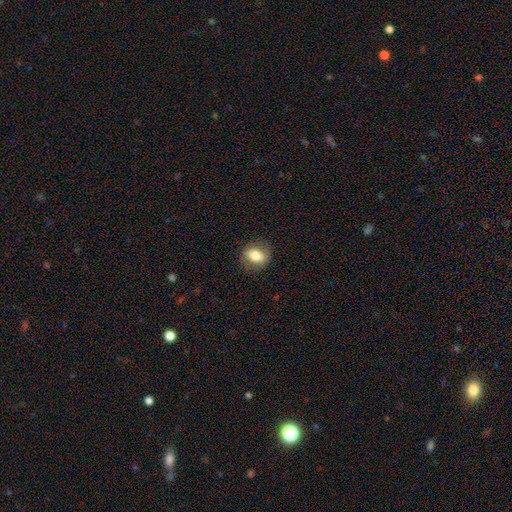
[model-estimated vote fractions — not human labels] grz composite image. It shows a smooth galaxy with no disk features (71%) that is in between round and cigar-shaped (60%). Merging: none (82%).